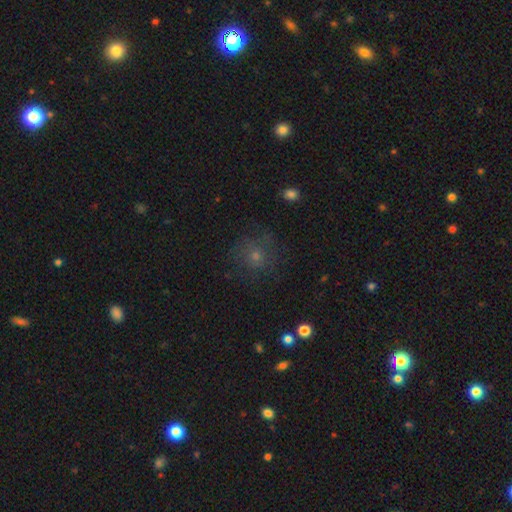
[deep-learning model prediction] This is likely a smooth galaxy (61%). How rounded: clearly round (88%). Merging: likely none (73%).